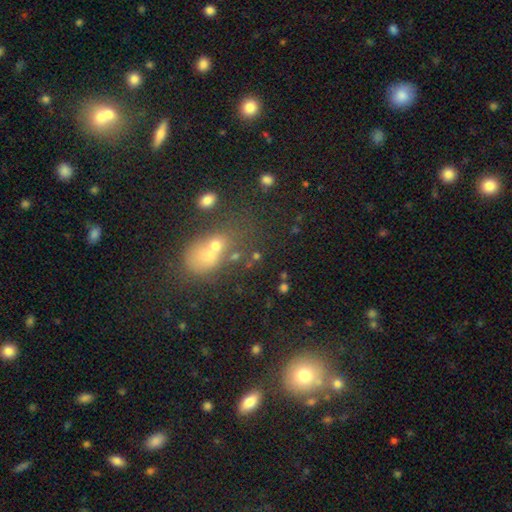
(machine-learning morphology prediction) A smooth galaxy with no disk features (51%) that is in between round and cigar-shaped (54%).

Vote fractions:
- Smooth or featured? smooth: 51% / star or artifact: 33% / featured or disk: 16%
- How rounded? in between: 54% / round: 41% / cigar-shaped: 5%
- Merging? none: 40% / merger: 36% / minor disturbance: 13% / major disturbance: 12%